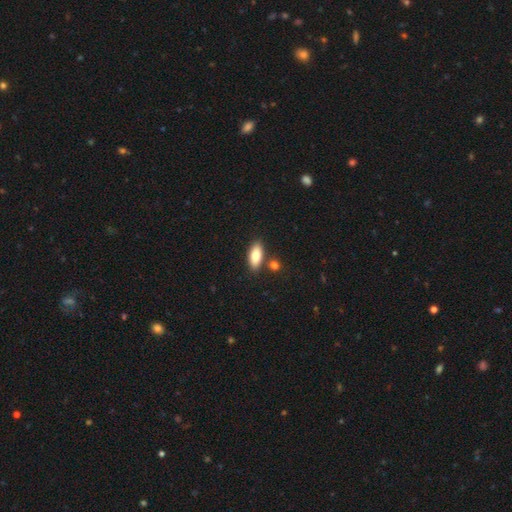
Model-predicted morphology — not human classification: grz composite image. It shows a smooth galaxy with no disk features (81%) that is in between round and cigar-shaped (84%). Merging: none (79%).